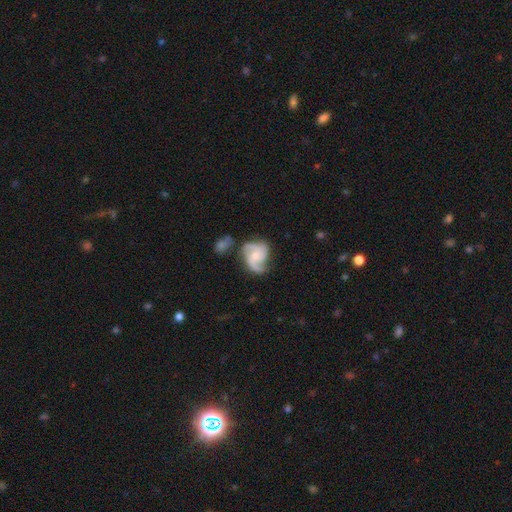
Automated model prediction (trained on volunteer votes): Morphology: type=featured or disk (81%); edge-on=no (98%); bar=no (65%); spiral arms=yes (96%); winding=medium (52%); arm count=3 (44%); bulge=small (49%); merging=none (51%).